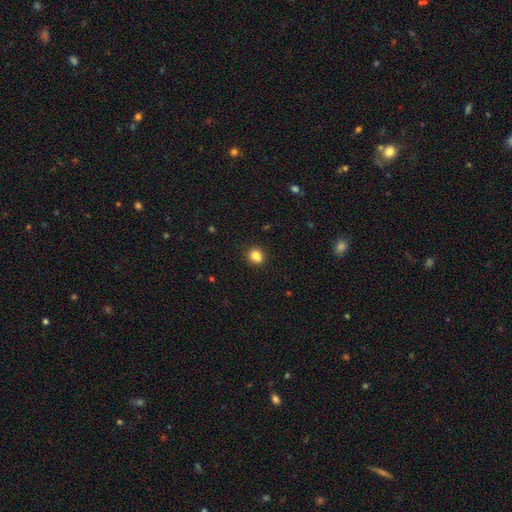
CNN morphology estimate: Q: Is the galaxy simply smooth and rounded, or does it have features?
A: smooth — 84%.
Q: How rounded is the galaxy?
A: round — 72%.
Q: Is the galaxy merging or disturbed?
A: none — 82%.